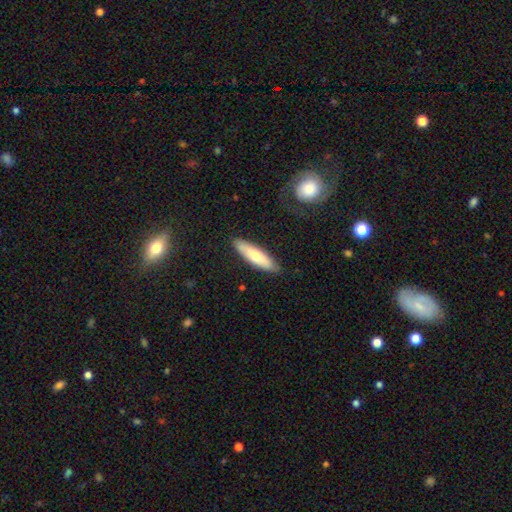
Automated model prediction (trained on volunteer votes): Overall: smooth (64%; featured or disk 31%). How rounded: cigar-shaped (59%; in between 39%). Merging: none (85%).